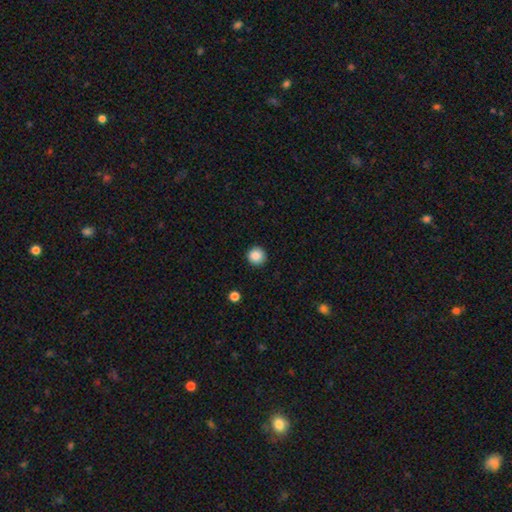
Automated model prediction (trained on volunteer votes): smooth-or-featured: smooth: 87% | star or artifact: 10% | featured or disk: 3%
  how-rounded: round: 96% | in between: 4% | cigar-shaped: 1%
  merging: none: 92% | minor disturbance: 5% | major disturbance: 2% | merger: 1%